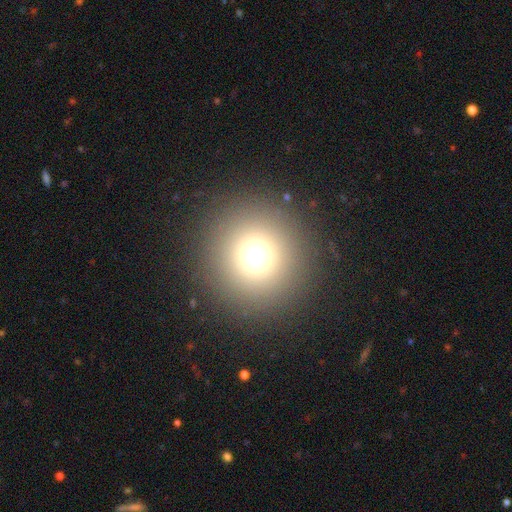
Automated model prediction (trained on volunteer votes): smooth_or_featured: smooth (p=0.67) [alt: star or artifact p=0.24]
how_rounded: round (p=0.95) [alt: in between p=0.04]
merging: none (p=0.90) [alt: minor disturbance p=0.05]